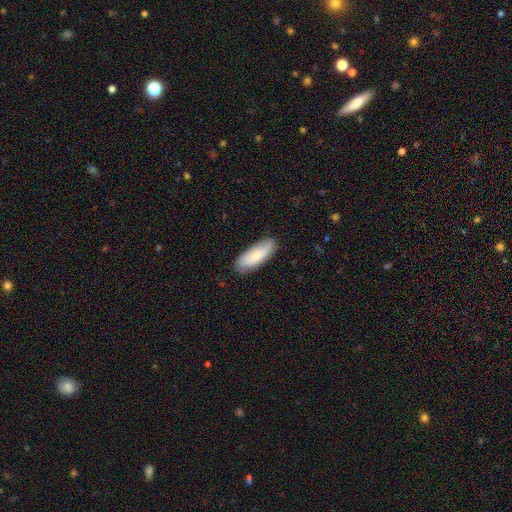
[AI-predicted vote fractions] smooth_or_featured: smooth (p=0.77) [alt: featured or disk p=0.18]
how_rounded: in between (p=0.67) [alt: cigar-shaped p=0.31]
merging: none (p=0.83) [alt: minor disturbance p=0.13]